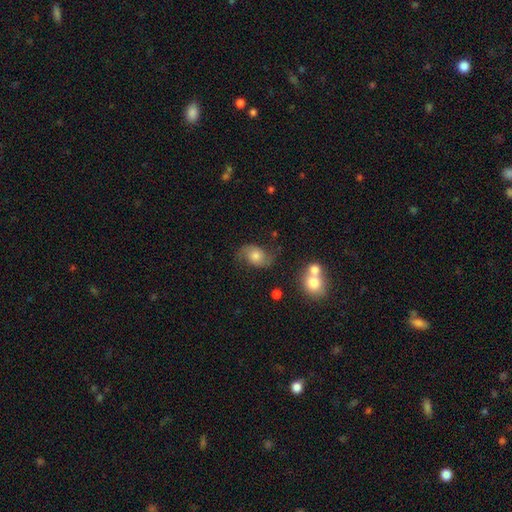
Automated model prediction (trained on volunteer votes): This appears to be a featured or disk galaxy (54%) with no bar (71%), spiral arms (89%) and a moderate central bulge (55%). Merging: none (66%).